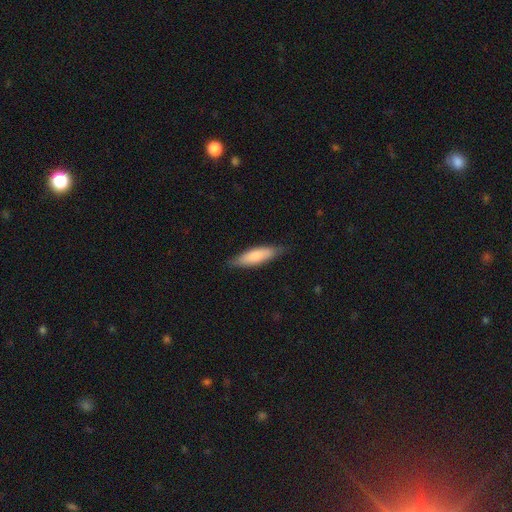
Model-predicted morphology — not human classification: Smooth or featured? Predicted: smooth (p=0.77). How rounded? Predicted: cigar-shaped (p=0.60). Merging? Predicted: none (p=0.81).